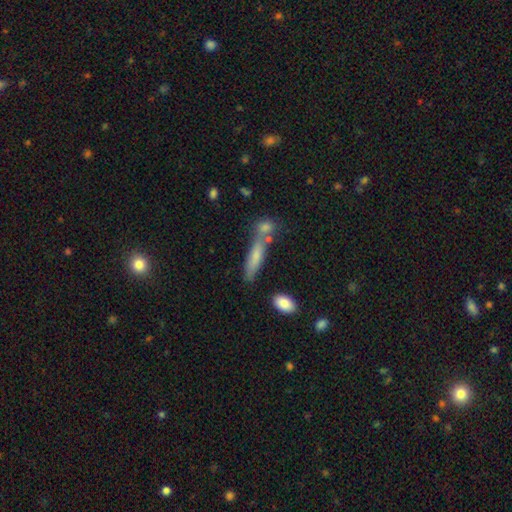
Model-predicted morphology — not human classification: smooth_or_featured: smooth (p=0.69) [alt: featured or disk p=0.22]
how_rounded: cigar-shaped (p=0.79) [alt: in between p=0.18]
merging: none (p=0.60) [alt: merger p=0.21]